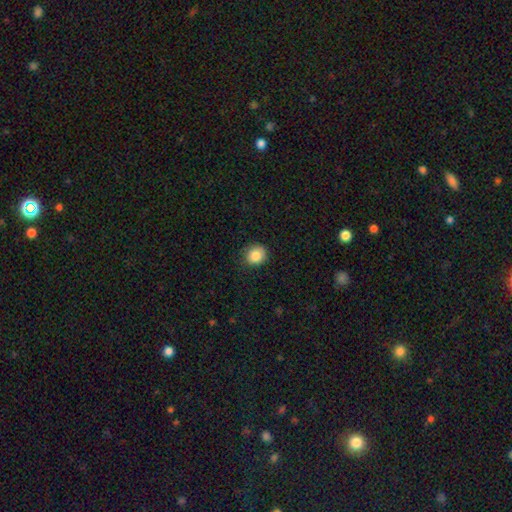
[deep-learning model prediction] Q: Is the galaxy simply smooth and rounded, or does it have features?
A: smooth — 85%.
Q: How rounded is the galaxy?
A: round — 80%.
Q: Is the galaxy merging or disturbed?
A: none — 79%.